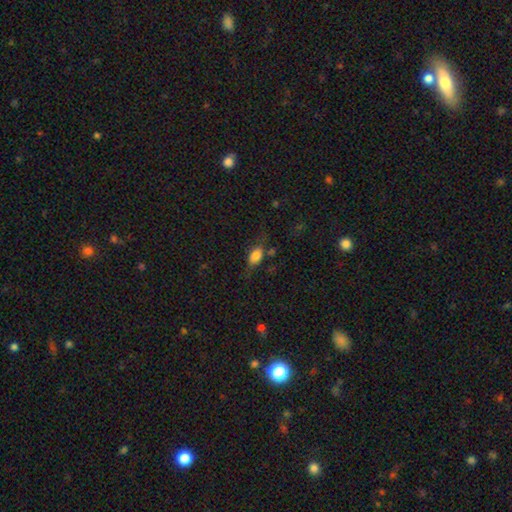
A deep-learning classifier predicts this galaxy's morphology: Q: Smooth or featured?
A: smooth (76%); runner-up: featured or disk (14%)
Q: How rounded?
A: in between (84%); runner-up: round (8%)
Q: Merging?
A: none (54%); runner-up: minor disturbance (26%)